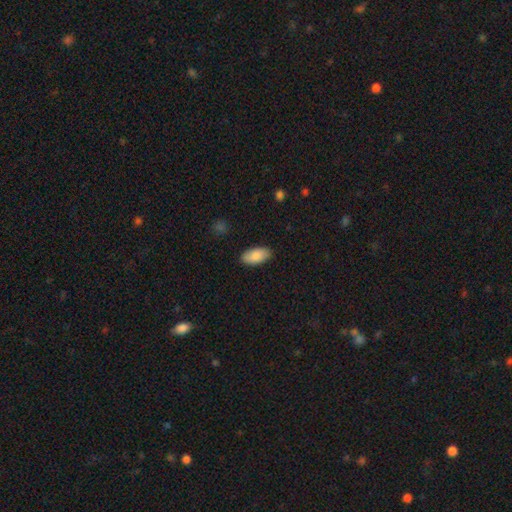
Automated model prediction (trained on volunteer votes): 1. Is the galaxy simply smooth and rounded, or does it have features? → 87% smooth, 7% featured or disk, 6% star or artifact.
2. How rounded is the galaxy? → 93% in between, 4% cigar-shaped, 2% round.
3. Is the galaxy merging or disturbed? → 87% none, 10% minor disturbance, 2% major disturbance, 1% merger.